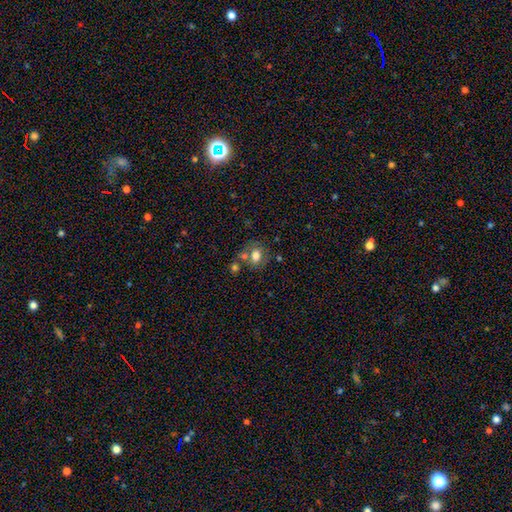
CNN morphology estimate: Smooth or featured?
  - smooth: 72% *
  - featured or disk: 16%
  - star or artifact: 11%
How rounded?
  - in between: 52% *
  - round: 46%
  - cigar-shaped: 1%
Merging?
  - none: 58% *
  - merger: 22%
  - minor disturbance: 14%
  - major disturbance: 6%